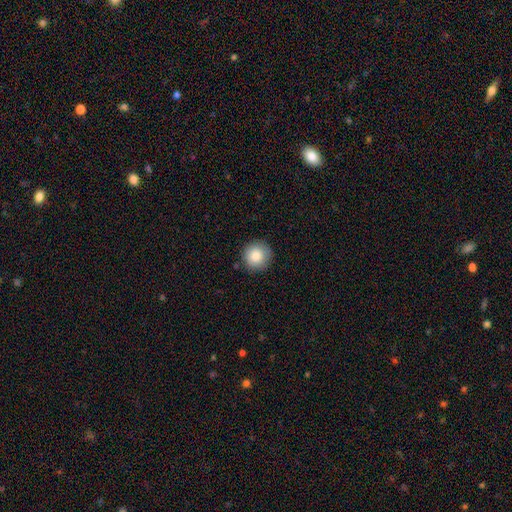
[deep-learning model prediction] A smooth galaxy with no disk features (85%) that is round (95%).

Vote fractions:
- Smooth or featured? smooth: 85% / star or artifact: 8% / featured or disk: 7%
- How rounded? round: 95% / in between: 4% / cigar-shaped: 1%
- Merging? none: 89% / minor disturbance: 8% / major disturbance: 2% / merger: 1%